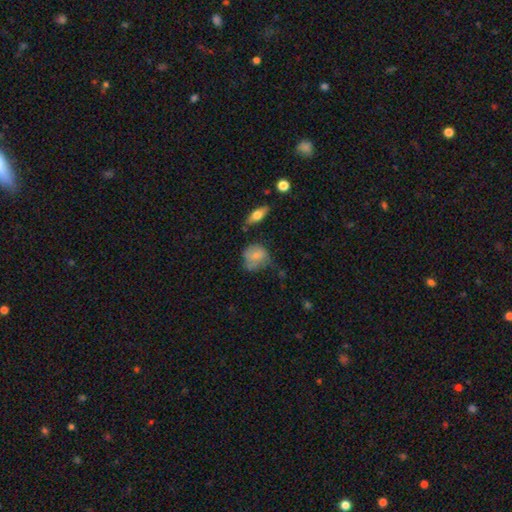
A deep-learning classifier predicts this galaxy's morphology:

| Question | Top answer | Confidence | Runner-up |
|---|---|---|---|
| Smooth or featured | smooth | 71% | featured or disk (21%) |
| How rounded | round | 68% | in between (31%) |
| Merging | none | 46% | minor disturbance (35%) |